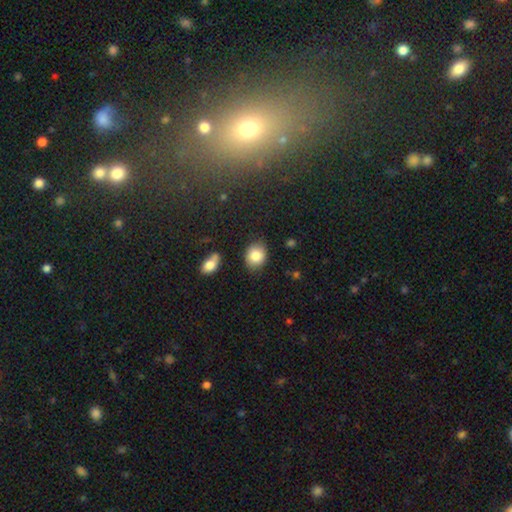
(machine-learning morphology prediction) This is clearly a smooth galaxy (84%). How rounded: possibly round (51%). Merging: clearly none (81%).